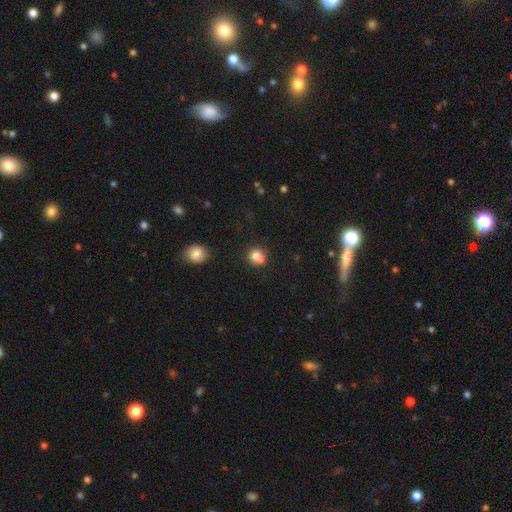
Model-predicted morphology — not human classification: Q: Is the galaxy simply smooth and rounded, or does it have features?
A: smooth — 76%.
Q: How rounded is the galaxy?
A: round — 67%.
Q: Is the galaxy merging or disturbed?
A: merger — 44%.